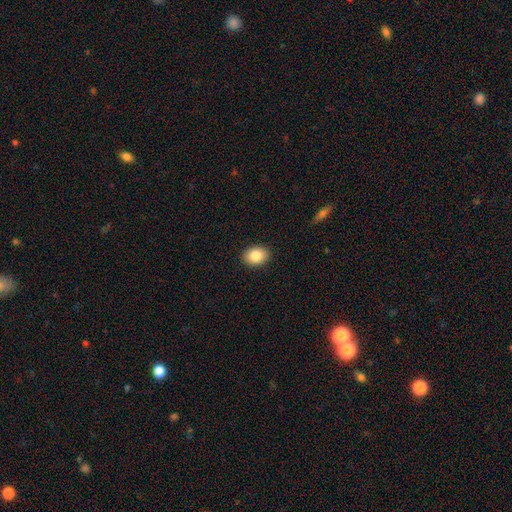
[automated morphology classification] Smooth or featured? Predicted: smooth (p=0.84). How rounded? Predicted: in between (p=0.66). Merging? Predicted: none (p=0.91).